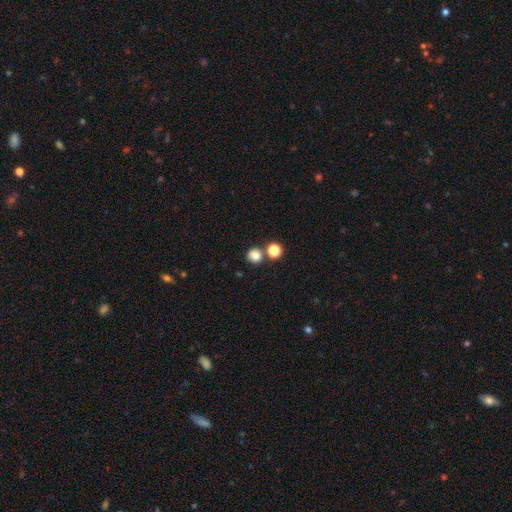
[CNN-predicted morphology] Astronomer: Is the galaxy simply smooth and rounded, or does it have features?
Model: smooth — 80%.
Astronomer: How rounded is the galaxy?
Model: round — 89%.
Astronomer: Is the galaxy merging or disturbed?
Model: none — 71%.